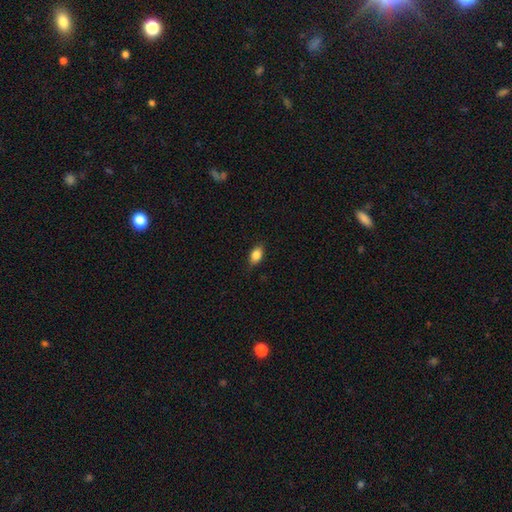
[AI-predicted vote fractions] Q: Smooth or featured?
A: smooth (84%); runner-up: star or artifact (8%)
Q: How rounded?
A: in between (85%); runner-up: round (11%)
Q: Merging?
A: none (83%); runner-up: minor disturbance (13%)